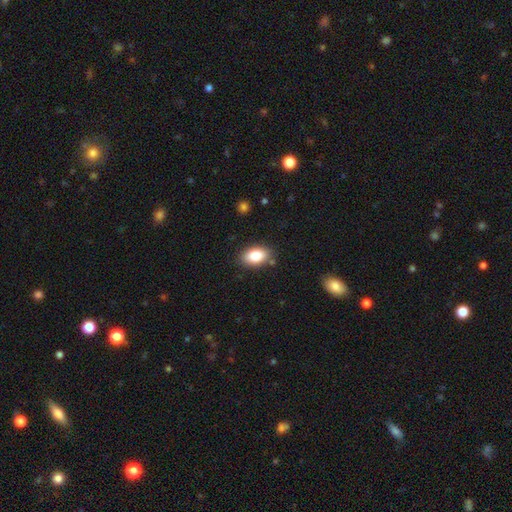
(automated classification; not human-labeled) smooth-or-featured: smooth: 83% | featured or disk: 10% | star or artifact: 8%
  how-rounded: in between: 90% | round: 8% | cigar-shaped: 2%
  merging: none: 84% | minor disturbance: 11% | major disturbance: 3% | merger: 2%